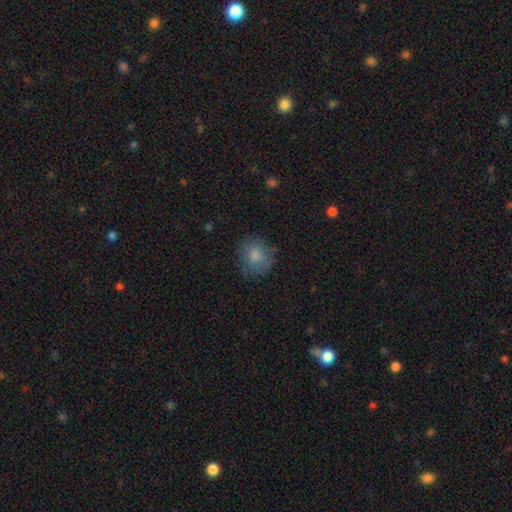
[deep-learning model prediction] A smooth galaxy with no disk features (78%) that is round (75%). Merging: none (71%).